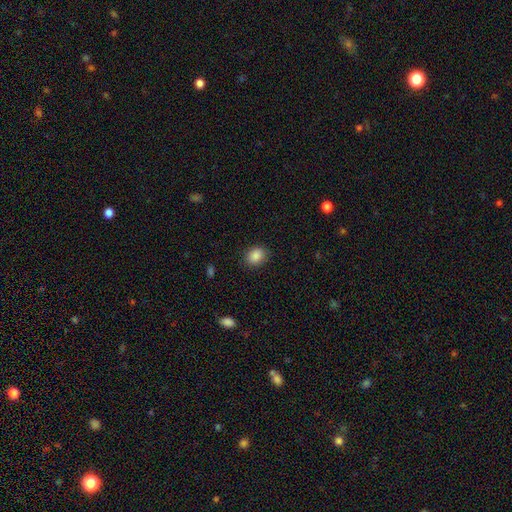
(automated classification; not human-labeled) Q: Smooth or featured?
A: smooth (88%); runner-up: star or artifact (9%)
Q: How rounded?
A: in between (52%); runner-up: round (47%)
Q: Merging?
A: none (87%); runner-up: minor disturbance (9%)